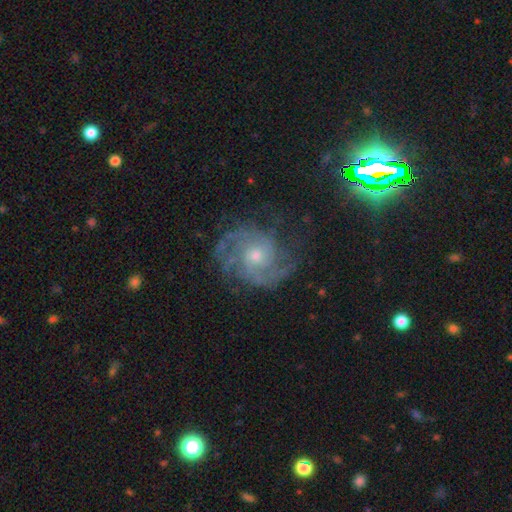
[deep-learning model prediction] This is clearly a featured or disk galaxy (84%). It is clearly not viewed edge-on (98%). Bar: likely no (74%). Spiral arm pattern: clearly yes (96%). Spiral arm count: marginally 2 (32%). Spiral winding: possibly tight (45%). Central bulge: possibly small (53%). Merging: likely none (72%).